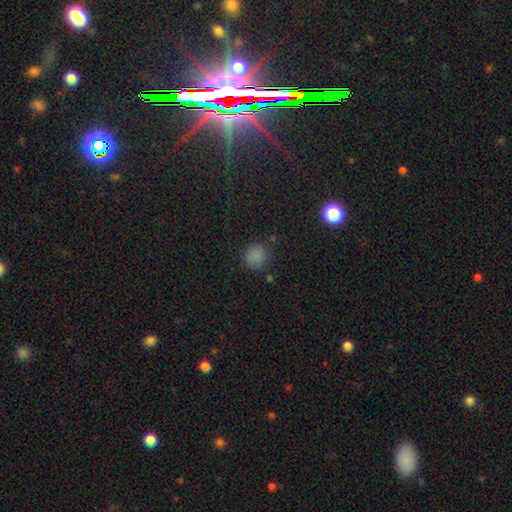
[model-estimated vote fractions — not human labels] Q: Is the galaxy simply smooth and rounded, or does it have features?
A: smooth — 79%.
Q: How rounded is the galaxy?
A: round — 85%.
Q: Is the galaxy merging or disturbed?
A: none — 81%.